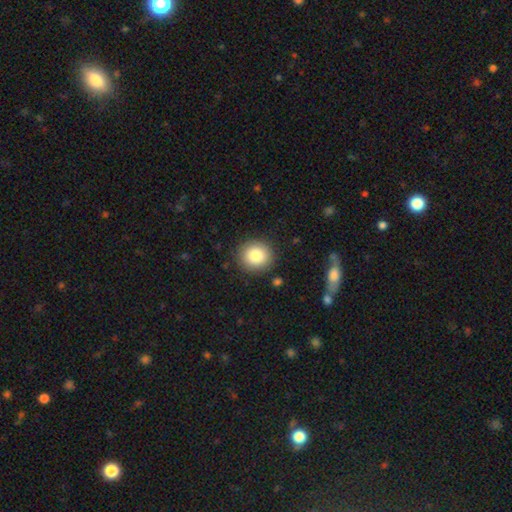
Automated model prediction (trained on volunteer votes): smooth 83%, star or artifact 9%, featured or disk 8%. Down the decision tree: how rounded — round (87%); merging — none (89%).